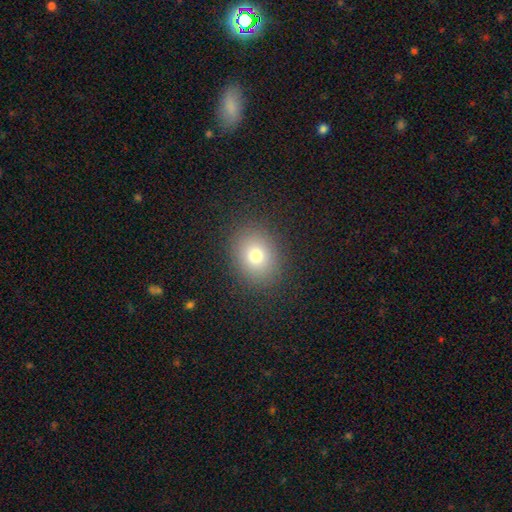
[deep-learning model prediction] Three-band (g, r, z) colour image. It shows a smooth galaxy with no disk features (77%) that is round (57%). Merging: none (88%).